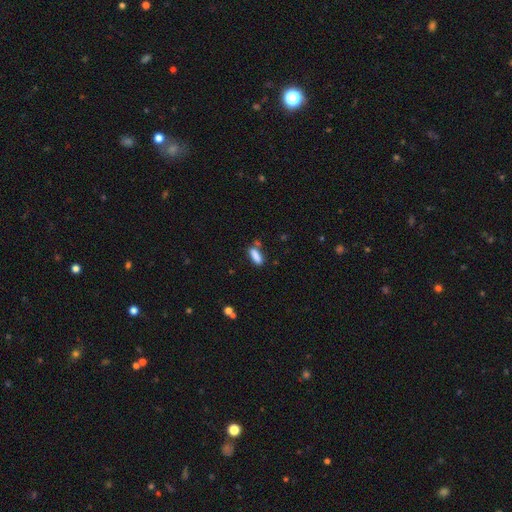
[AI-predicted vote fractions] smooth 86%, star or artifact 8%, featured or disk 6%. Down the decision tree: how rounded — in between (60%); merging — none (67%).